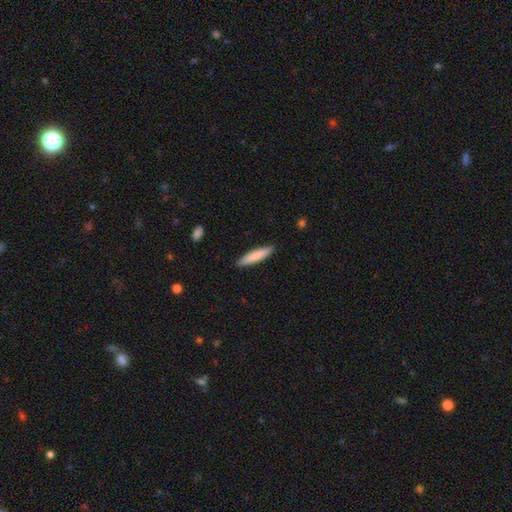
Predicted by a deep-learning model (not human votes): The model was most divided on "smooth or featured": smooth: 82%, featured or disk: 13%, star or artifact: 5%. More confident: merging — none (90%); how rounded — cigar-shaped (86%).